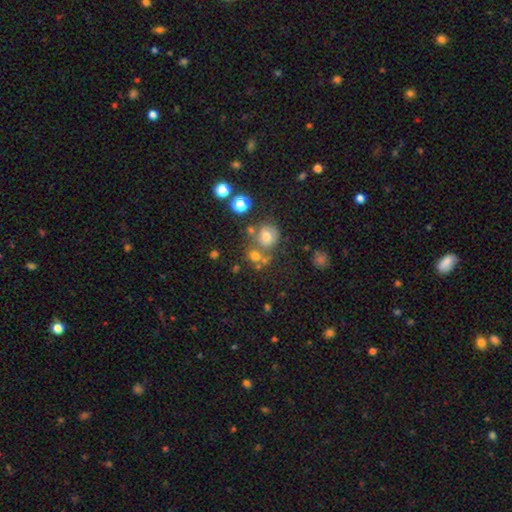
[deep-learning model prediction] Smooth or featured? Predicted: smooth (p=0.63). How rounded? Predicted: round (p=0.84). Merging? Predicted: none (p=0.56).